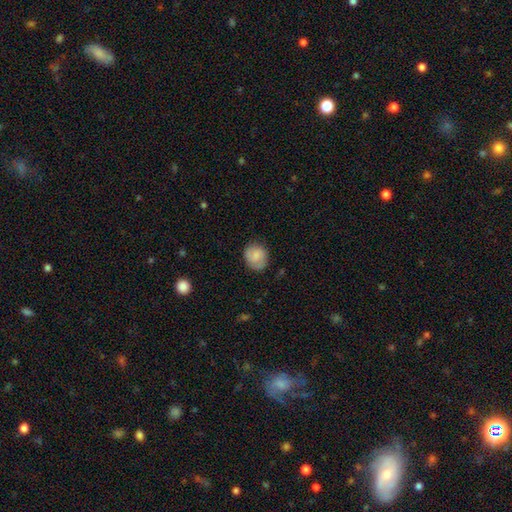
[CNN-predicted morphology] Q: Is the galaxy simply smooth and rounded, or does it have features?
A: smooth — 77%.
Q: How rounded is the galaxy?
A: round — 69%.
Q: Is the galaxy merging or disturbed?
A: none — 76%.